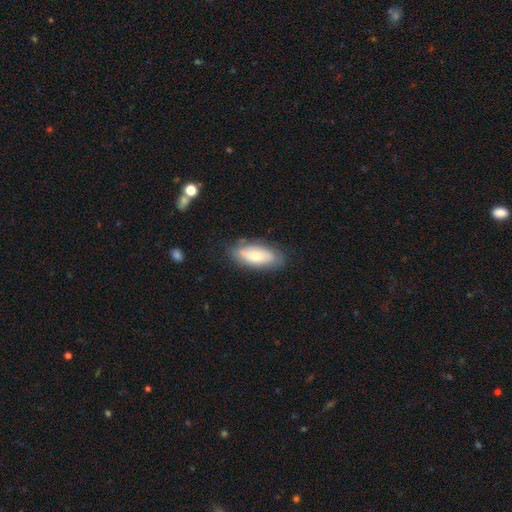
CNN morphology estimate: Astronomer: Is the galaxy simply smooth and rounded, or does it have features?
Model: smooth — 66%.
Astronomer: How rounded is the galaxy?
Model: in between — 84%.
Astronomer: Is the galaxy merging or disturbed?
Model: none — 75%.